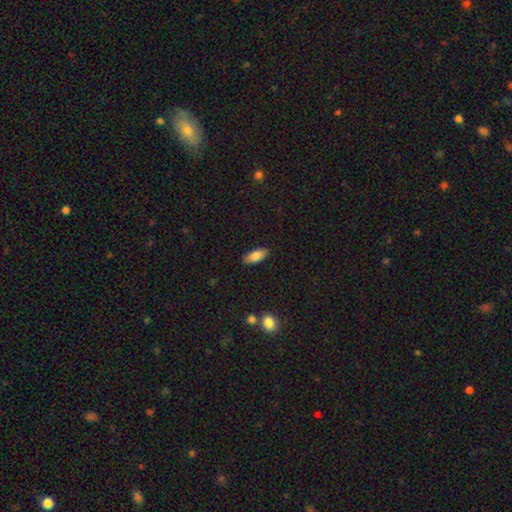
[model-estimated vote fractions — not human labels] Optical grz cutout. It shows a smooth galaxy with no disk features (83%) that is in between round and cigar-shaped (85%). Merging: none (87%).